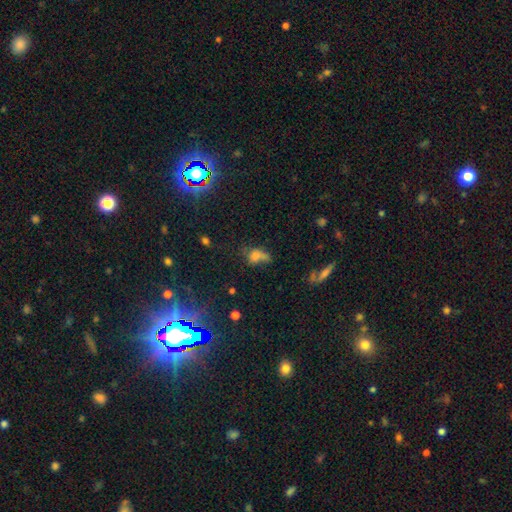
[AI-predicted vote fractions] This is likely a smooth galaxy (64%). How rounded: possibly in between (57%). Merging: marginally none (34%).